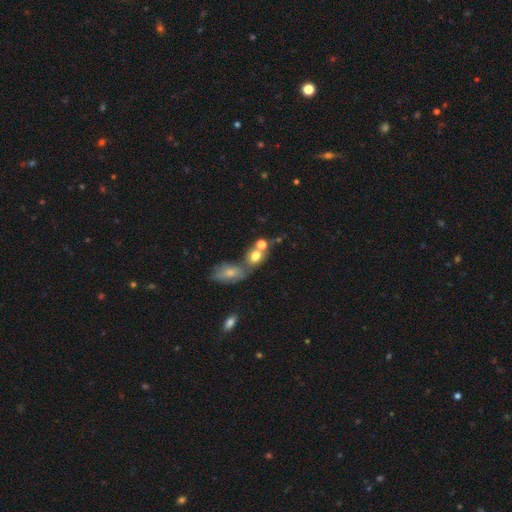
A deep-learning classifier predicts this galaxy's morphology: Smooth or featured?
  - smooth: 70% *
  - featured or disk: 17%
  - star or artifact: 13%
How rounded?
  - round: 49% *
  - in between: 48%
  - cigar-shaped: 3%
Merging?
  - merger: 54% *
  - none: 31%
  - minor disturbance: 9%
  - major disturbance: 6%